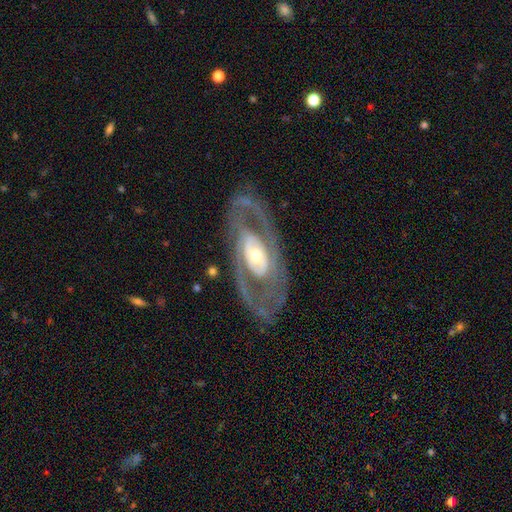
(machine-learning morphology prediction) A featured or disk galaxy (86%) with no bar (57%), 2 (78%) medium (43%) spiral arms (80%) and a moderate central bulge (60%).

Vote fractions:
- Smooth or featured? featured or disk: 86% / smooth: 9% / star or artifact: 4%
- Edge-on disk? no: 92% / yes: 8%
- Bar? no: 57% / weak: 26% / strong: 16%
- Spiral arms? yes: 80% / no: 20%
- Spiral winding? medium: 43% / tight: 41% / loose: 16%
- Spiral arm count? 2: 78% / can't tell: 11% / 1: 4% / 3: 3% / 4: 2% / more than 4: 2%
- Bulge size? moderate: 60% / small: 26% / large: 12% / dominant: 1% / none: 1%
- Merging? none: 78% / minor disturbance: 12% / major disturbance: 9% / merger: 1%